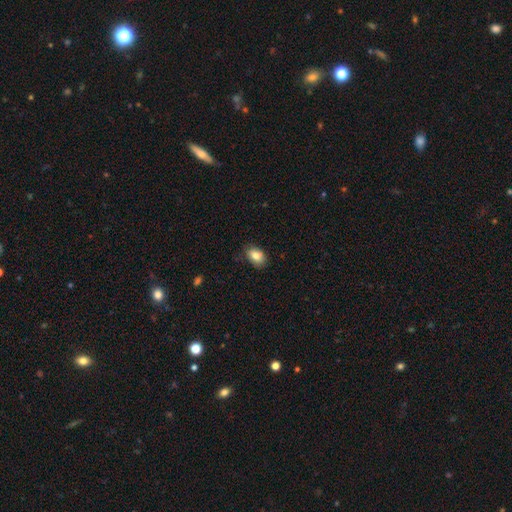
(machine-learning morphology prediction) Smooth or featured?
  - smooth: 82% *
  - featured or disk: 10%
  - star or artifact: 8%
How rounded?
  - in between: 83% *
  - round: 16%
  - cigar-shaped: 1%
Merging?
  - none: 78% *
  - minor disturbance: 18%
  - major disturbance: 3%
  - merger: 1%